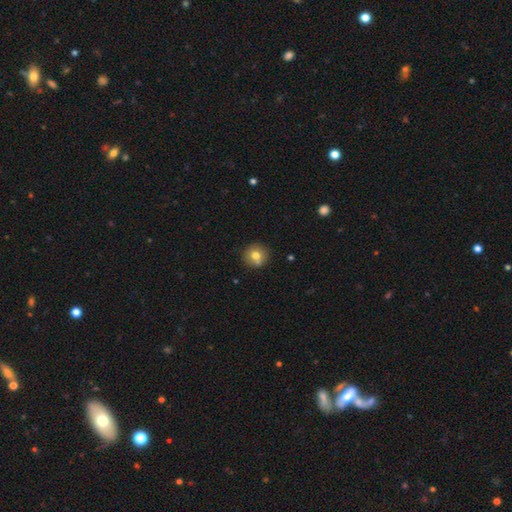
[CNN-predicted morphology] smooth-or-featured: smooth: 73% | featured or disk: 15% | star or artifact: 11%
  how-rounded: round: 91% | in between: 8% | cigar-shaped: 1%
  merging: none: 76% | merger: 12% | minor disturbance: 10% | major disturbance: 2%